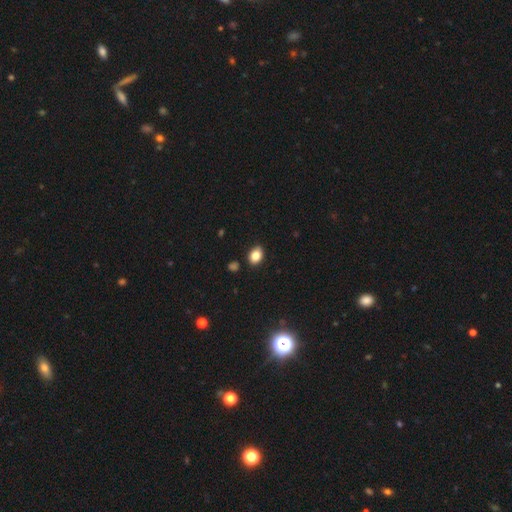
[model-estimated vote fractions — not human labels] smooth_or_featured: smooth (p=0.85) [alt: star or artifact p=0.09]
how_rounded: in between (p=0.76) [alt: round p=0.22]
merging: none (p=0.87) [alt: minor disturbance p=0.09]